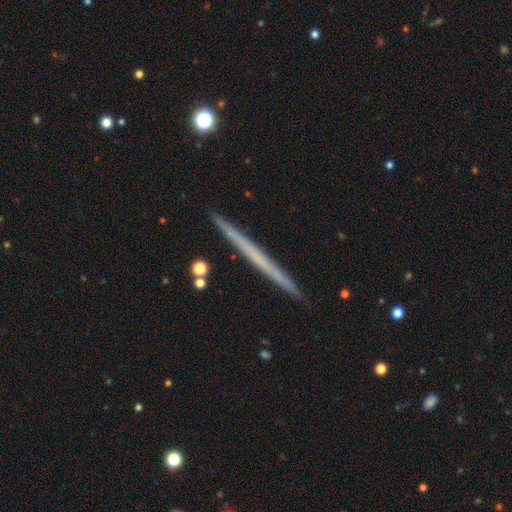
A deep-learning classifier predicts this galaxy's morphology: smooth_or_featured: featured or disk (p=0.54) [alt: smooth p=0.40]
disk_edge_on: yes (p=0.98) [alt: no p=0.02]
edge_on_bulge: none (p=0.92) [alt: rounded p=0.05]
merging: none (p=0.92) [alt: minor disturbance p=0.06]